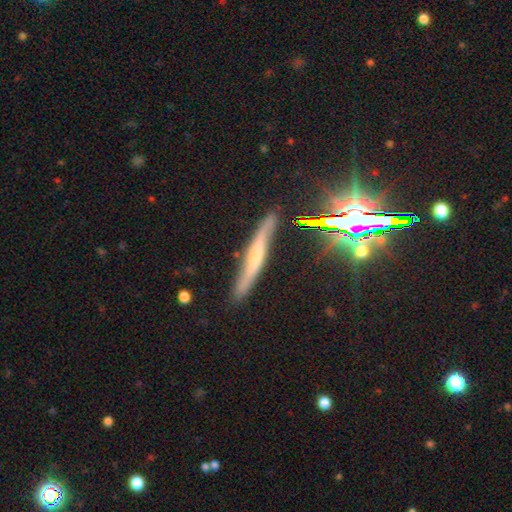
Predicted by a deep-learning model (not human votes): Smooth or featured? featured or disk (52%)
Edge-on disk? yes (84%)
Merging? none (80%)